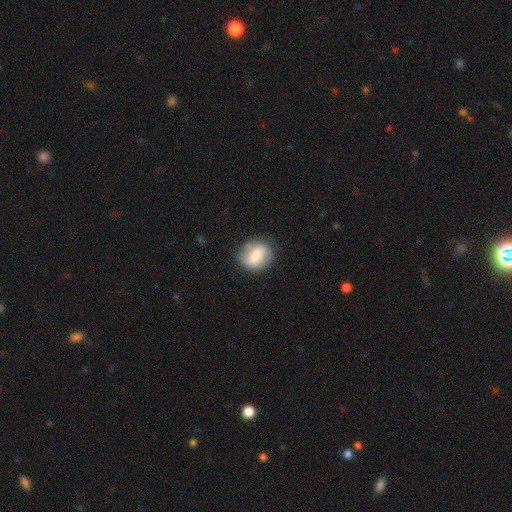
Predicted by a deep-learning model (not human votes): A smooth galaxy with no disk features (66%) that is round (65%). Merging: none (80%).